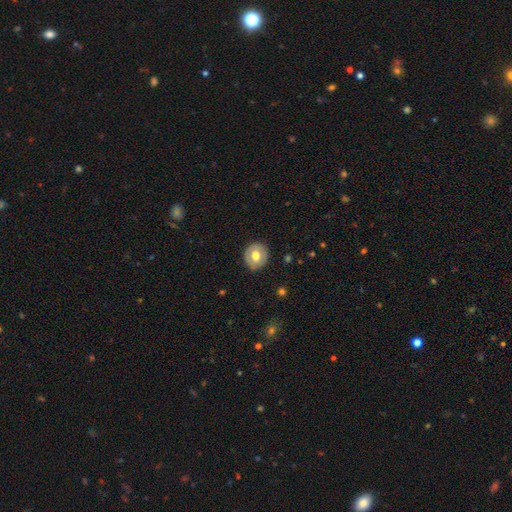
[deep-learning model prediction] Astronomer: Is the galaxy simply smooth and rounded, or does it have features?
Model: smooth — 65%.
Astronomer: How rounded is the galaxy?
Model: round — 85%.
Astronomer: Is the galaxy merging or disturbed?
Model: none — 88%.